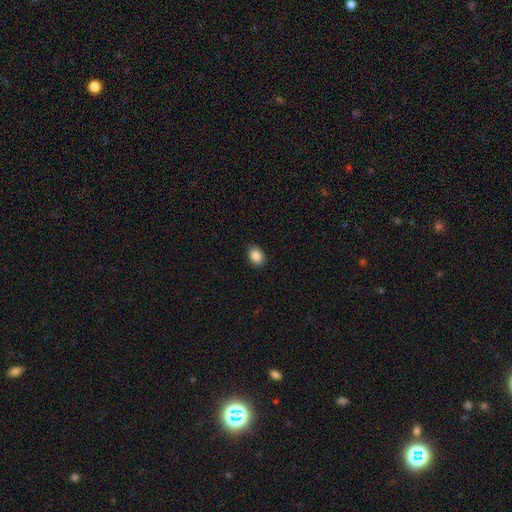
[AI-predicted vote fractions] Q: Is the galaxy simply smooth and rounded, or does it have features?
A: smooth — 88%.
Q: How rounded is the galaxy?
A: in between — 73%.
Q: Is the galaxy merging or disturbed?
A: none — 89%.